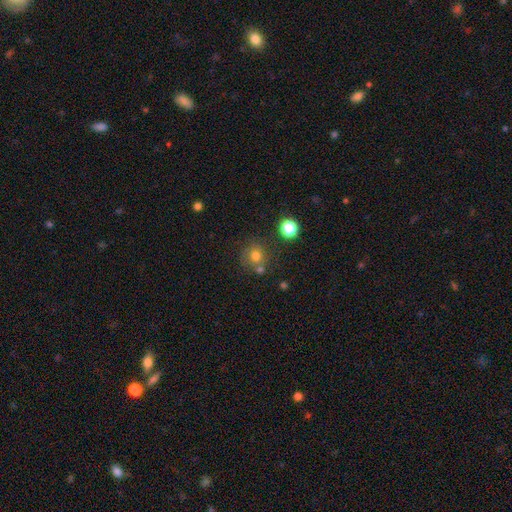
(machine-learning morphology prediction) A smooth galaxy with no disk features (74%) that is round (88%). Merging: none (68%).